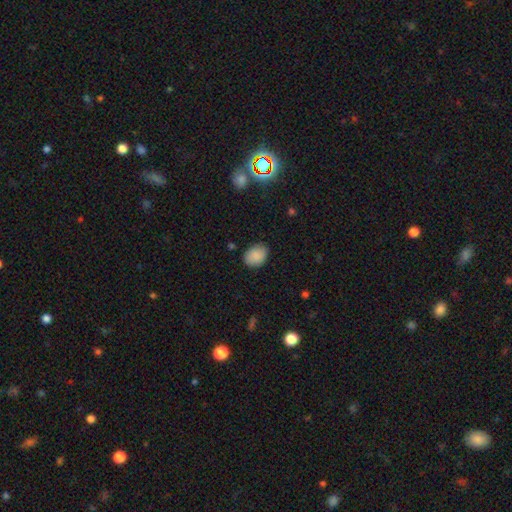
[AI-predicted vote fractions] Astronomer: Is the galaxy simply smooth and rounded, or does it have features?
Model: smooth — 88%.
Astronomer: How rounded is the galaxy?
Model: in between — 66%.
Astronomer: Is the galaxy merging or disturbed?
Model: none — 81%.